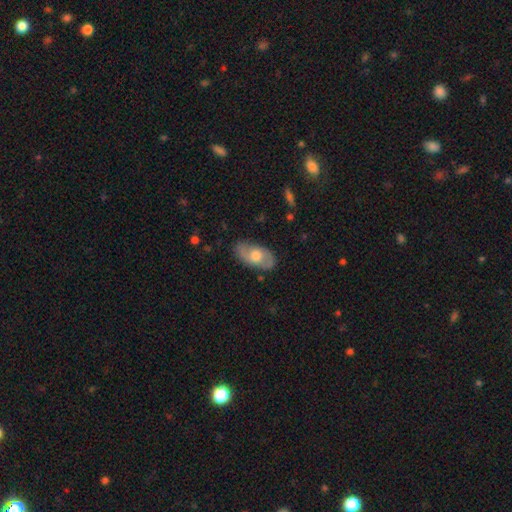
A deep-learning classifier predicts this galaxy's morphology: This appears to be a smooth galaxy with no disk features (49%). Merging: none (78%).